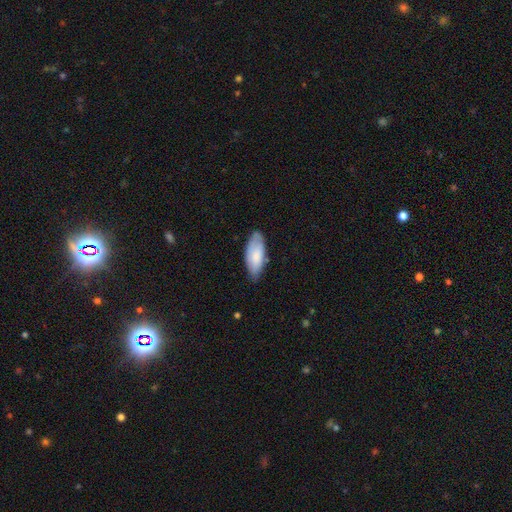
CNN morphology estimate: The model was most divided on "merging": none: 67%, minor disturbance: 28%, major disturbance: 4%, merger: 1%. More confident: how rounded — in between (85%); smooth or featured — smooth (75%).